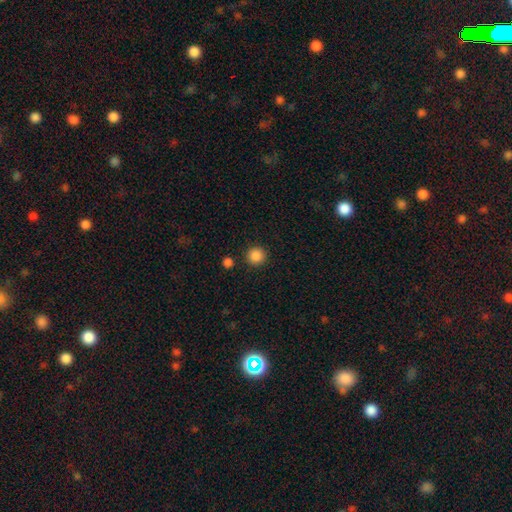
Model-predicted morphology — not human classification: Smooth or featured? smooth (87%)
How rounded? round (94%)
Merging? none (89%)